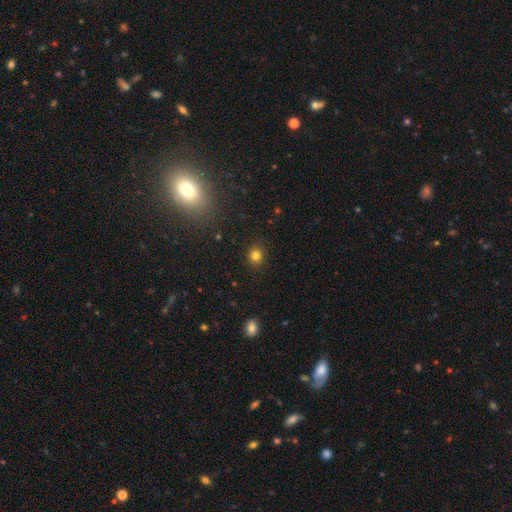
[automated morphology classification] Smooth or featured? smooth (80%)
How rounded? round (84%)
Merging? none (90%)